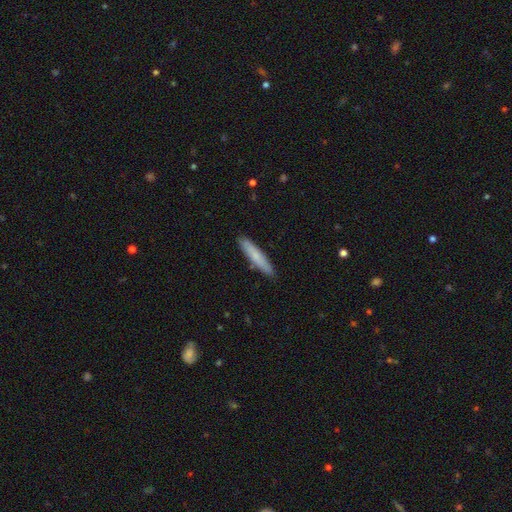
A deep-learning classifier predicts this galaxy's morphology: Q: Smooth or featured?
A: smooth (73%); runner-up: featured or disk (21%)
Q: How rounded?
A: cigar-shaped (90%); runner-up: in between (9%)
Q: Merging?
A: none (89%); runner-up: minor disturbance (8%)